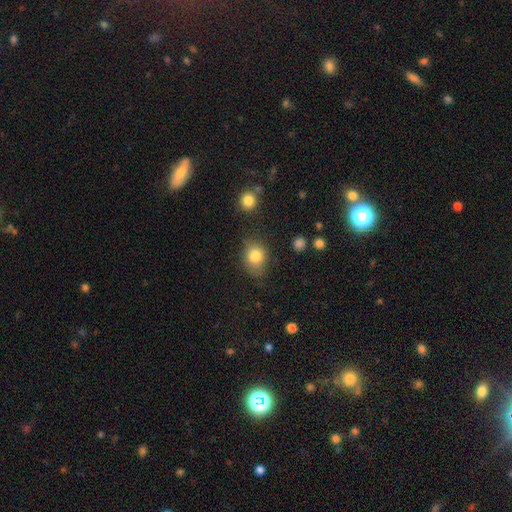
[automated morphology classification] type=smooth (81%); roundness=round (52%); merging=none (71%).